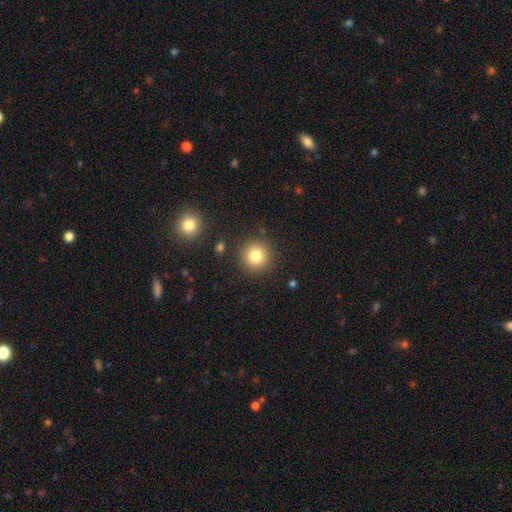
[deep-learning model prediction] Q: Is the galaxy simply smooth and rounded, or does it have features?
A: smooth — 80%.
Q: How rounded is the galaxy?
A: round — 94%.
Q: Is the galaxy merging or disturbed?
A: none — 88%.